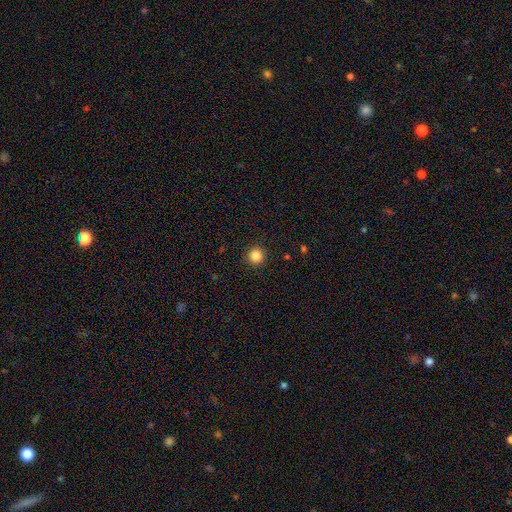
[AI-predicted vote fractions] Smooth or featured? Predicted: smooth (p=0.86). How rounded? Predicted: round (p=0.95). Merging? Predicted: none (p=0.92).